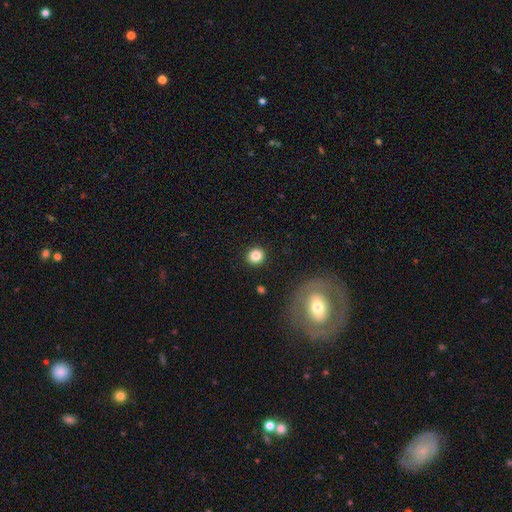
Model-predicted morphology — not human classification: Smooth or featured: smooth — 84% (star or artifact — 10%)
How rounded: round — 86% (in between — 13%)
Merging: none — 91% (minor disturbance — 6%)